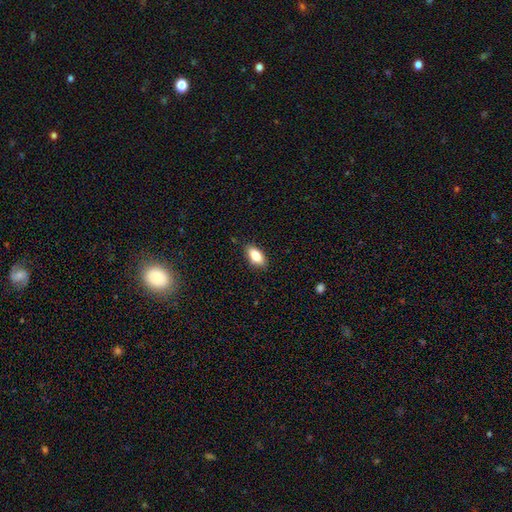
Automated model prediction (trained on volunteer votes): Smooth or featured?
  - smooth: 82% *
  - featured or disk: 10%
  - star or artifact: 7%
How rounded?
  - in between: 90% *
  - cigar-shaped: 7%
  - round: 4%
Merging?
  - none: 86% *
  - minor disturbance: 10%
  - major disturbance: 2%
  - merger: 1%